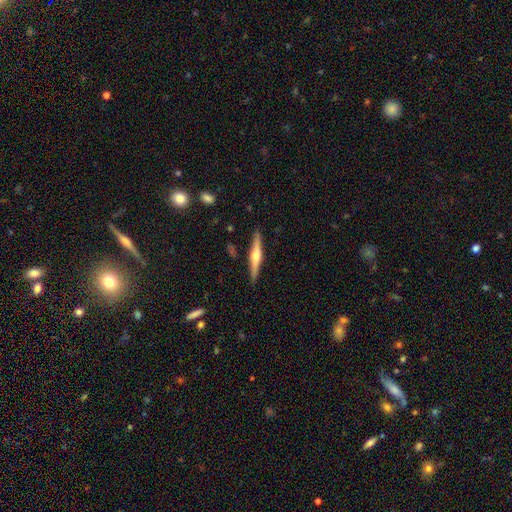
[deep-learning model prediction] Smooth or featured: featured or disk — 72% (smooth — 23%)
Edge-on disk: yes — 98% (no — 2%)
Edge-on bulge: rounded — 92% (boxy — 5%)
Merging: none — 90% (minor disturbance — 7%)